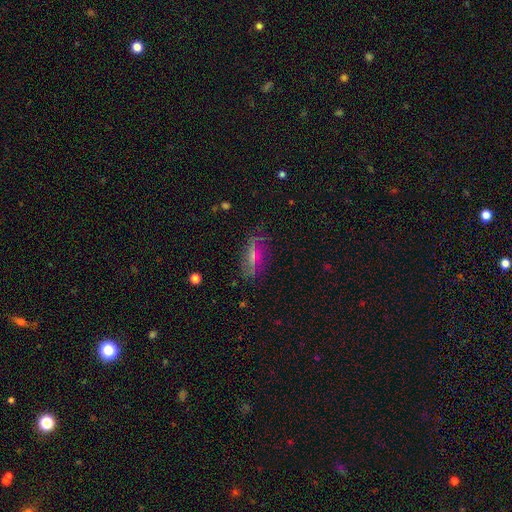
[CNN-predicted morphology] type=featured or disk (57%); edge-on=no (75%); merging=none (72%).